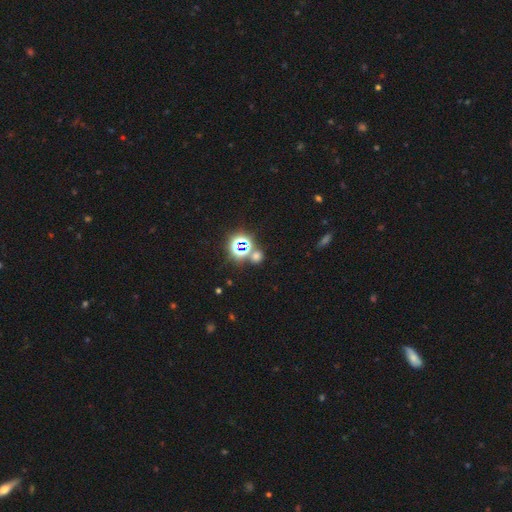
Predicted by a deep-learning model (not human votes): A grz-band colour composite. It shows a star or artifact, not a galaxy (51%).